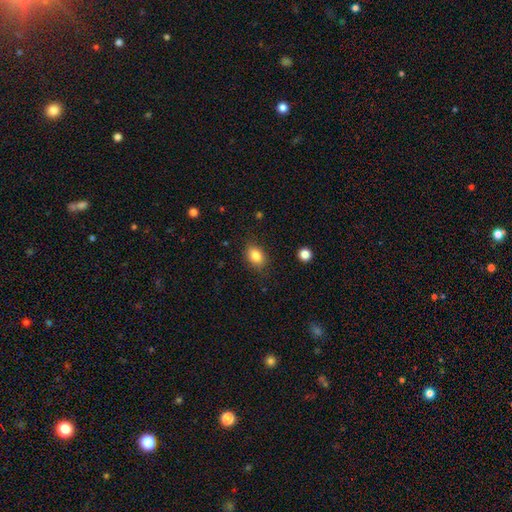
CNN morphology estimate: The model was most divided on "how rounded": in between: 74%, round: 24%, cigar-shaped: 1%. More confident: smooth or featured — smooth (84%); merging — none (82%).